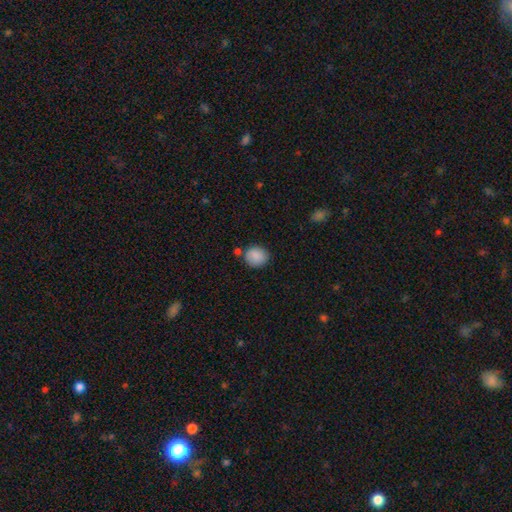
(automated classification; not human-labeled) This appears to be a smooth galaxy with no disk features (88%) that is round (76%). Merging: none (76%).